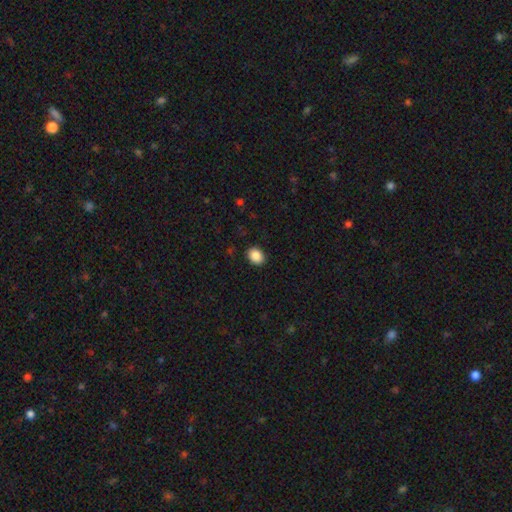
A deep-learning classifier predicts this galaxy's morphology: This appears to be a smooth galaxy with no disk features (89%) that is in between round and cigar-shaped (55%). Merging: none (90%).